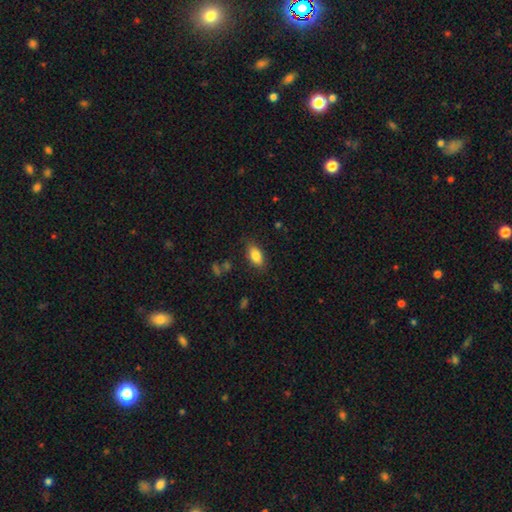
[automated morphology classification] Smooth or featured? smooth (83%)
How rounded? in between (90%)
Merging? none (82%)